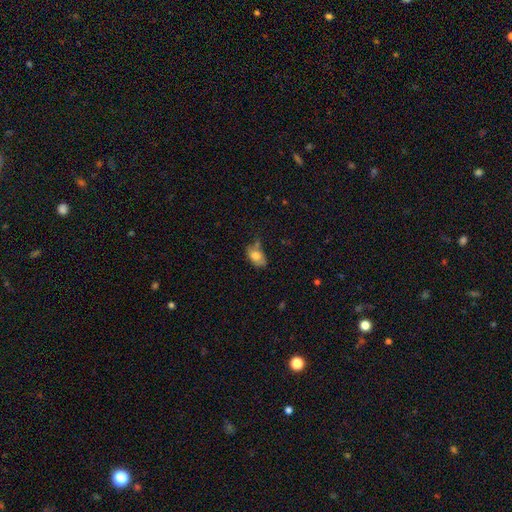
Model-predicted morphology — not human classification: Q: Smooth or featured?
A: smooth (76%); runner-up: featured or disk (16%)
Q: How rounded?
A: in between (86%); runner-up: round (12%)
Q: Merging?
A: none (47%); runner-up: minor disturbance (34%)